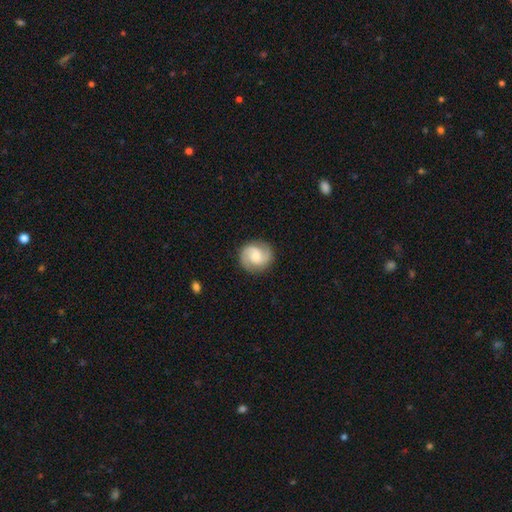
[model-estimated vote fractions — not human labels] Overall: featured or disk (78%). Edge-on disk: no (98%). Bar: no (48%; weak 43%). Spiral arms: yes (97%). Spiral arm count: 2 (91%). Spiral winding: medium (50%; tight 33%). Bulge size: moderate (41%; small 40%). Merging: none (86%).